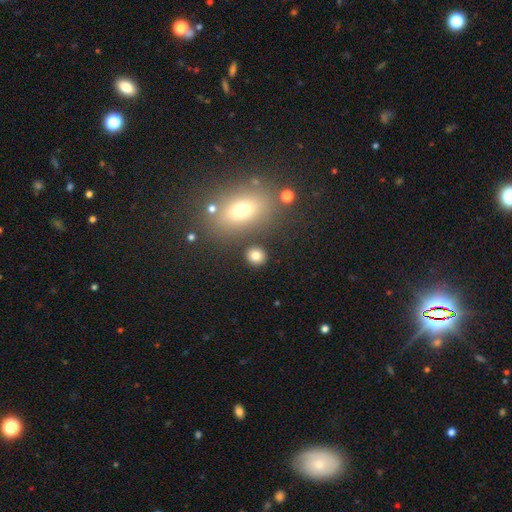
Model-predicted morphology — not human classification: A smooth galaxy with no disk features (81%) that is round (81%).

Vote fractions:
- Smooth or featured? smooth: 81% / star or artifact: 12% / featured or disk: 7%
- How rounded? round: 81% / in between: 18% / cigar-shaped: 1%
- Merging? none: 85% / minor disturbance: 7% / merger: 5% / major disturbance: 3%